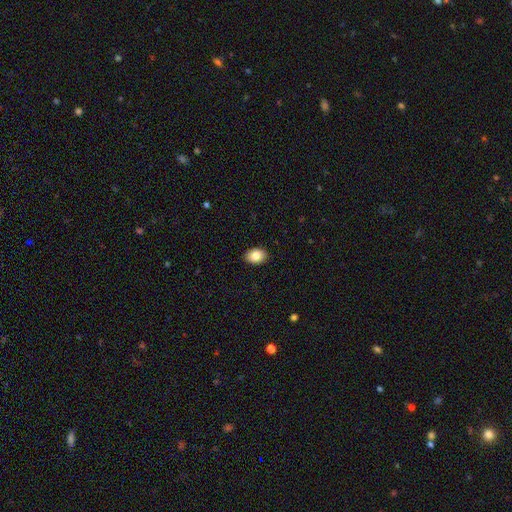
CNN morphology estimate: smooth_or_featured: smooth (p=0.86) [alt: star or artifact p=0.08]
how_rounded: in between (p=0.77) [alt: round p=0.22]
merging: none (p=0.89) [alt: minor disturbance p=0.08]